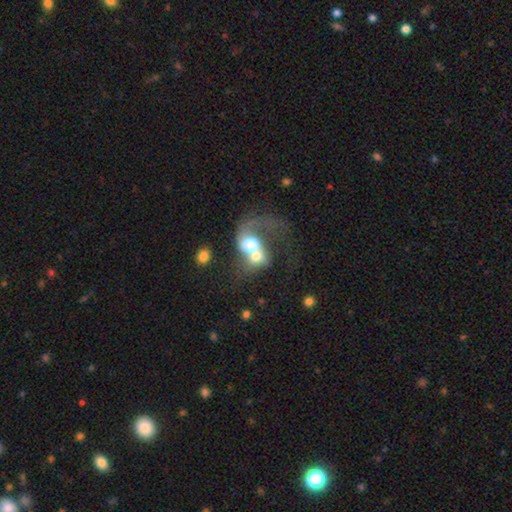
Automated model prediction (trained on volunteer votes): smooth-or-featured: featured or disk: 47% | smooth: 44% | star or artifact: 9%
  merging: merger: 78% | major disturbance: 12% | none: 7% | minor disturbance: 4%